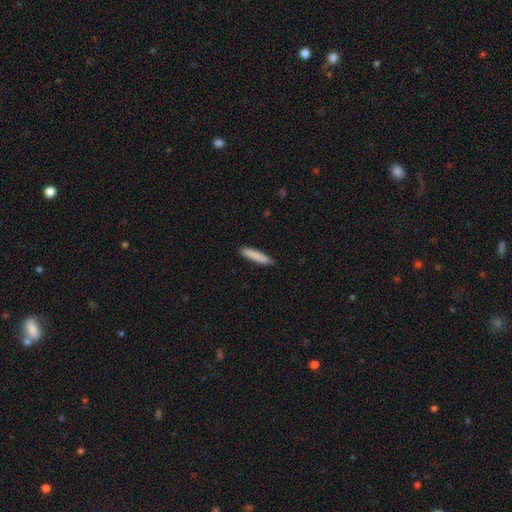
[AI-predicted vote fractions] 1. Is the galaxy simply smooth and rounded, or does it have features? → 86% smooth, 9% featured or disk, 6% star or artifact.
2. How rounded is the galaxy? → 88% cigar-shaped, 11% in between, 1% round.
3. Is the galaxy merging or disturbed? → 87% none, 10% minor disturbance, 2% major disturbance, 1% merger.